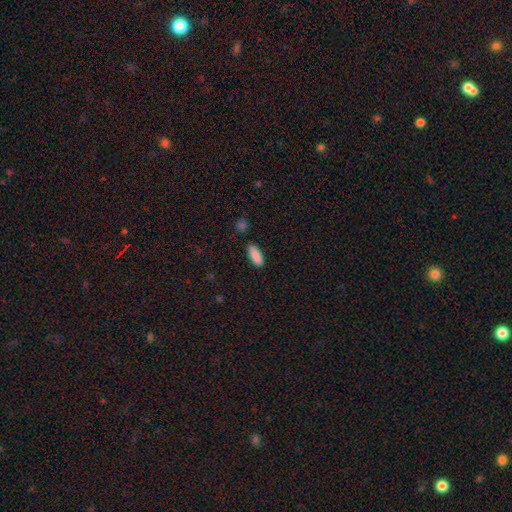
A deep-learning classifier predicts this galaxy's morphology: A smooth galaxy with no disk features (89%) that is in between round and cigar-shaped (77%).

Vote fractions:
- Smooth or featured? smooth: 89% / star or artifact: 7% / featured or disk: 4%
- How rounded? in between: 77% / cigar-shaped: 21% / round: 2%
- Merging? none: 80% / minor disturbance: 13% / merger: 3% / major disturbance: 3%